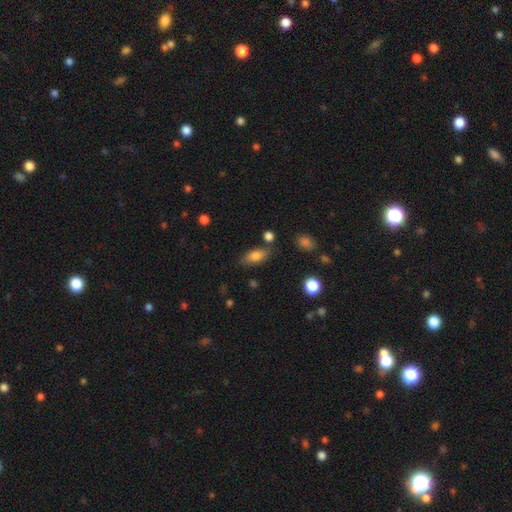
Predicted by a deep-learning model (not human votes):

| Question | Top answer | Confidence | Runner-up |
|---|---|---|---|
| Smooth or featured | smooth | 78% | featured or disk (14%) |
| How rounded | in between | 81% | cigar-shaped (15%) |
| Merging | none | 75% | minor disturbance (15%) |